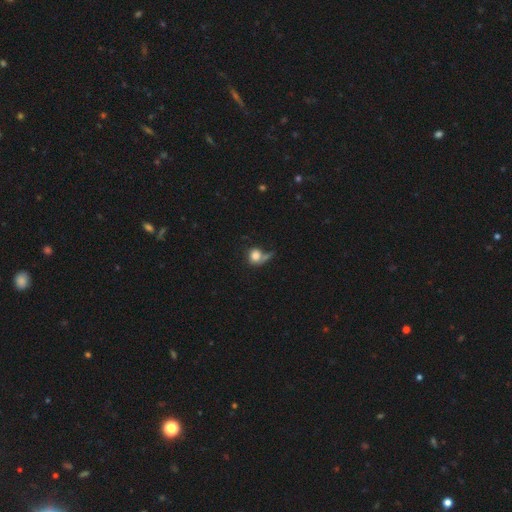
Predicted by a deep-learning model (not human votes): A smooth galaxy with no disk features (75%) that is round (74%). Merging: none (37%).